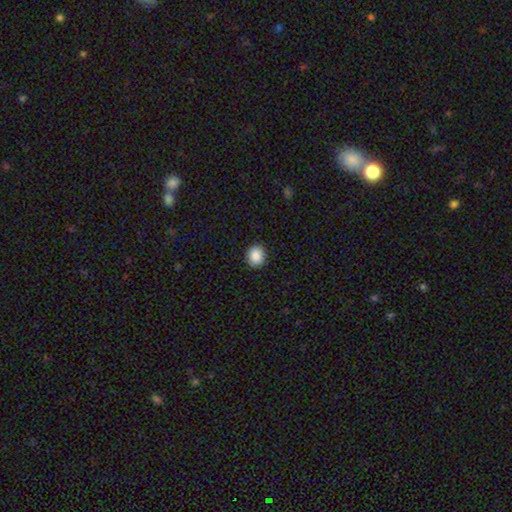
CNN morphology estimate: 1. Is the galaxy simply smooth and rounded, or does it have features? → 87% smooth, 8% star or artifact, 4% featured or disk.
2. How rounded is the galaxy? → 76% round, 23% in between, 1% cigar-shaped.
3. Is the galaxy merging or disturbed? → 91% none, 6% minor disturbance, 2% major disturbance, 1% merger.